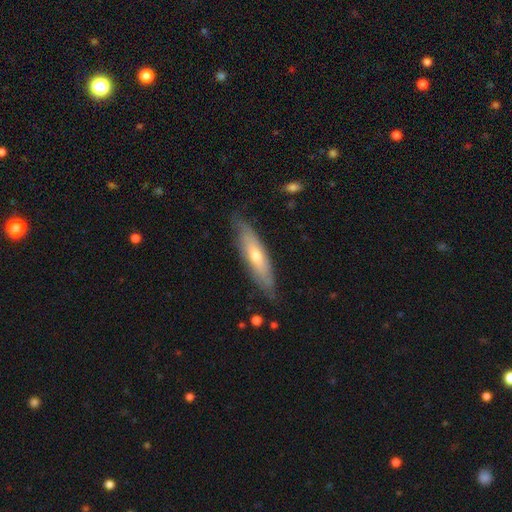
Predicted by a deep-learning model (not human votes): smooth 48%, featured or disk 46%, star or artifact 6%. Down the decision tree: merging — none (78%).